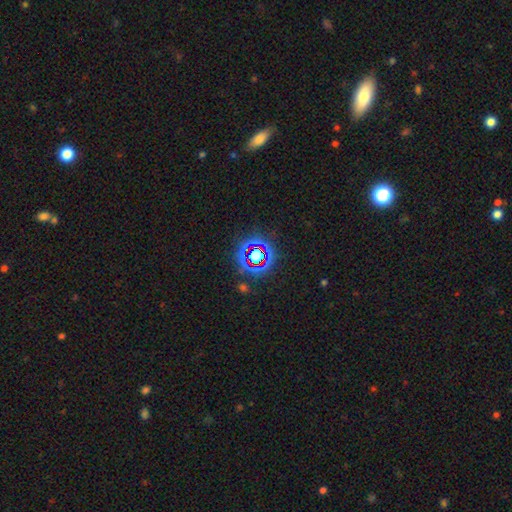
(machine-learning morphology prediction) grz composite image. It shows a star or artifact, not a galaxy (71%).